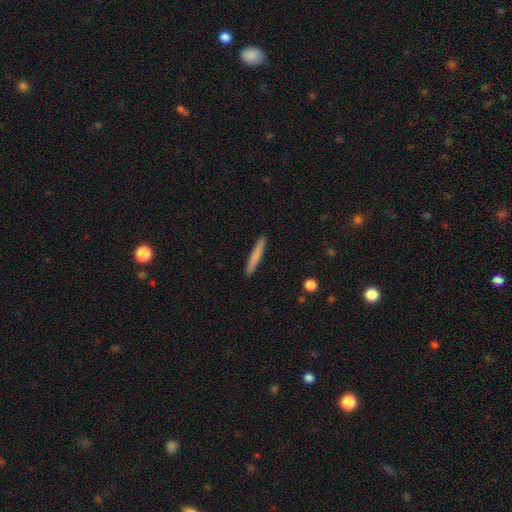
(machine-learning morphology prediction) This appears to be a smooth galaxy with no disk features (75%) that is cigar-shaped (96%). Merging: none (91%).